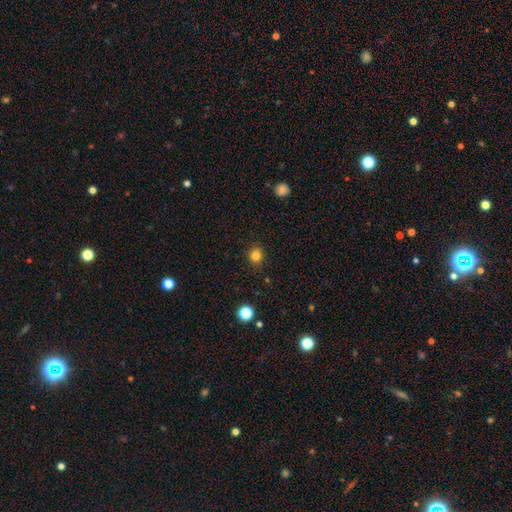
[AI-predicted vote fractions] A smooth galaxy with no disk features (83%) that is round (83%).

Vote fractions:
- Smooth or featured? smooth: 83% / star or artifact: 13% / featured or disk: 4%
- How rounded? round: 83% / in between: 16% / cigar-shaped: 1%
- Merging? none: 88% / minor disturbance: 8% / major disturbance: 2% / merger: 1%